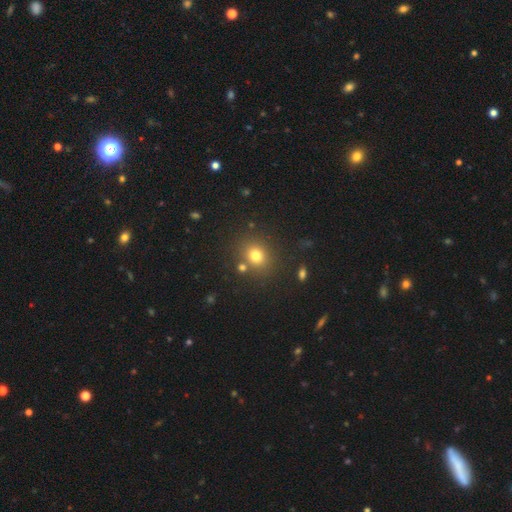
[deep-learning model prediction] Smooth or featured? smooth (75%)
How rounded? round (73%)
Merging? none (77%)